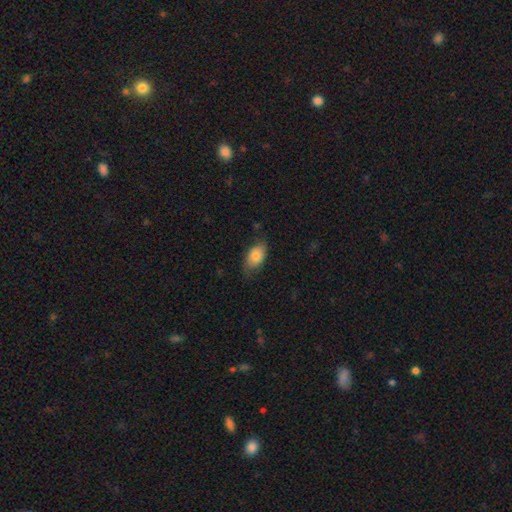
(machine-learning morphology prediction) This appears to be a smooth galaxy with no disk features (78%) that is in between round and cigar-shaped (91%). Merging: none (67%).